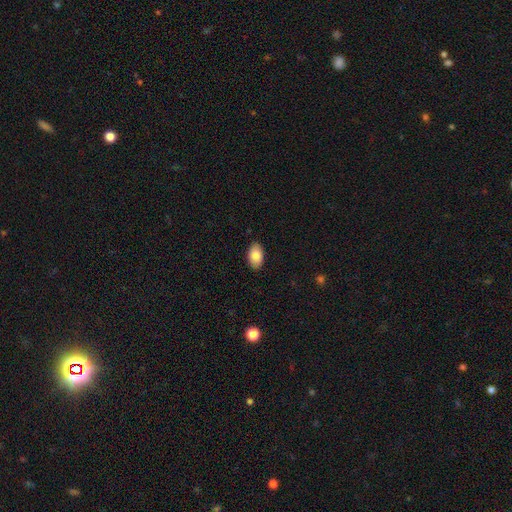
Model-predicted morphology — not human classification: Smooth or featured? Predicted: smooth (p=0.87). How rounded? Predicted: in between (p=0.94). Merging? Predicted: none (p=0.88).